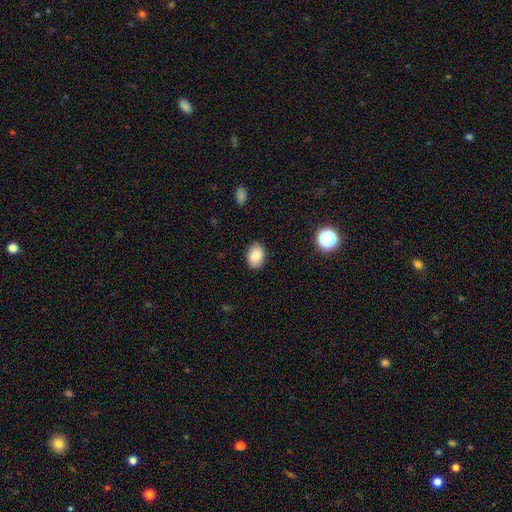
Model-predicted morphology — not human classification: smooth-or-featured: smooth: 87% | star or artifact: 8% | featured or disk: 5%
  how-rounded: in between: 73% | round: 26% | cigar-shaped: 1%
  merging: none: 87% | minor disturbance: 10% | major disturbance: 2% | merger: 1%